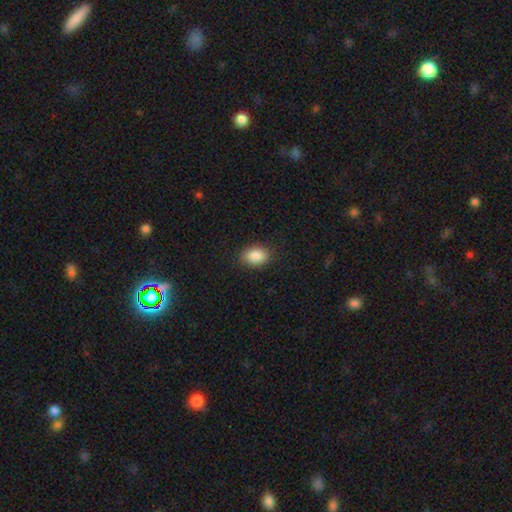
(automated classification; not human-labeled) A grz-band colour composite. It shows a smooth galaxy with no disk features (88%) that is in between round and cigar-shaped (83%). Merging: none (86%).